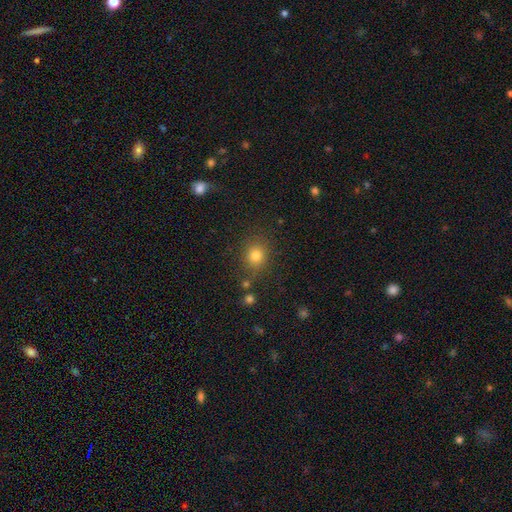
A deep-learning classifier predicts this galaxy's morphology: A smooth galaxy with no disk features (79%) that is round (80%). Merging: none (82%).